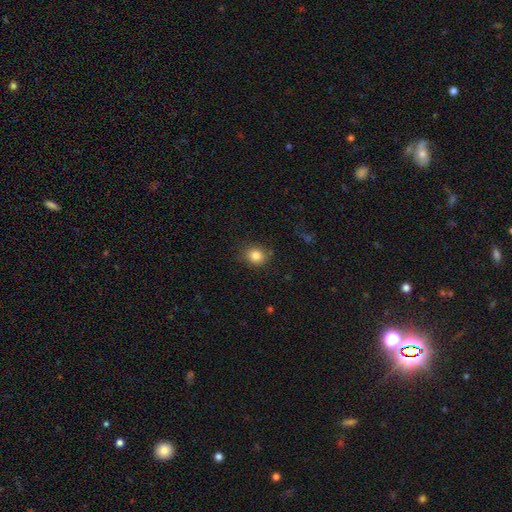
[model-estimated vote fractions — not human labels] This is clearly a smooth galaxy (84%). How rounded: likely round (71%). Merging: clearly none (81%).